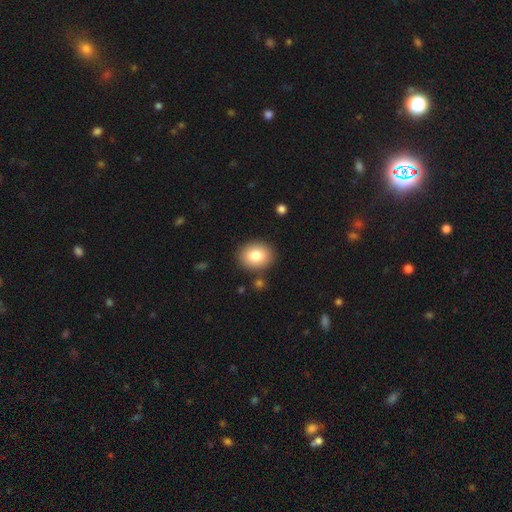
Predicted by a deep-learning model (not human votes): A smooth galaxy with no disk features (82%) that is round (52%). Merging: none (85%).